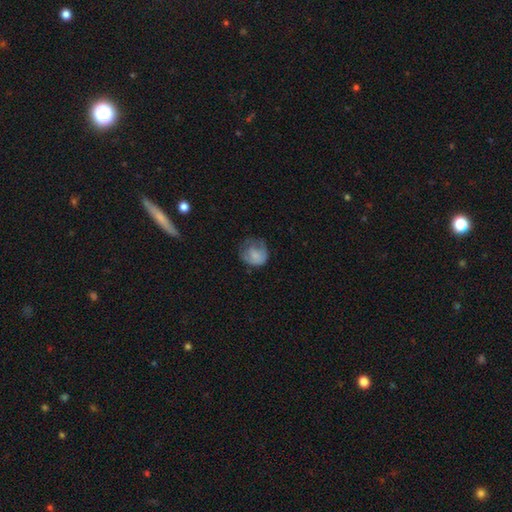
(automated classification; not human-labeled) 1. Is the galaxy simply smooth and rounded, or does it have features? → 70% smooth, 21% featured or disk, 9% star or artifact.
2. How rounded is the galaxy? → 71% round, 28% in between, 1% cigar-shaped.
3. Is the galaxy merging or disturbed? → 41% none, 30% minor disturbance, 27% major disturbance, 1% merger.